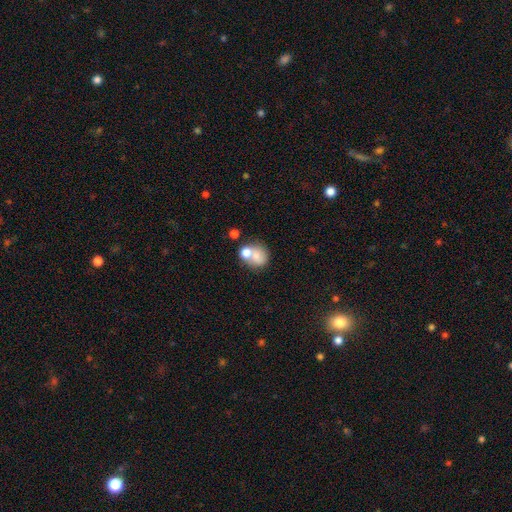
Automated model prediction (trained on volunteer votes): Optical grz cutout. It shows a smooth galaxy with no disk features (68%) that is round (71%). Merging: merger (50%).